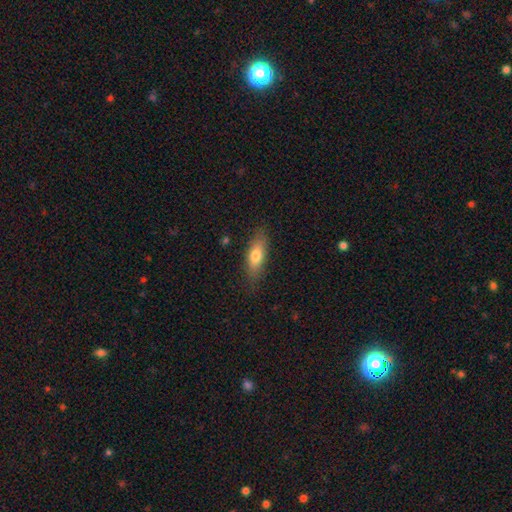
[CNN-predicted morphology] smooth-or-featured: smooth: 73% | featured or disk: 20% | star or artifact: 7%
  how-rounded: in between: 62% | cigar-shaped: 35% | round: 3%
  merging: none: 82% | minor disturbance: 13% | major disturbance: 3% | merger: 1%